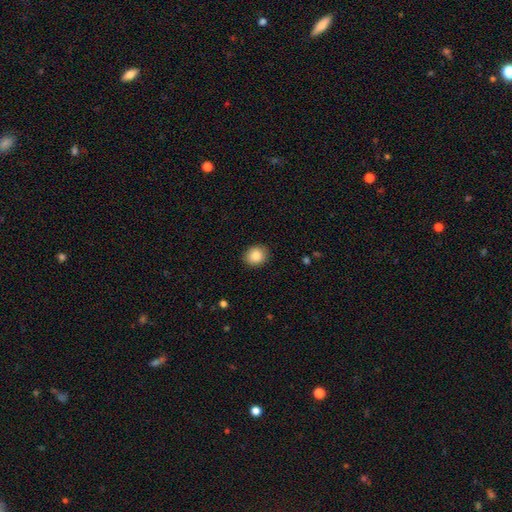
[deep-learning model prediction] The model was most divided on "how rounded": round: 75%, in between: 24%, cigar-shaped: 1%. More confident: merging — none (89%); smooth or featured — smooth (87%).